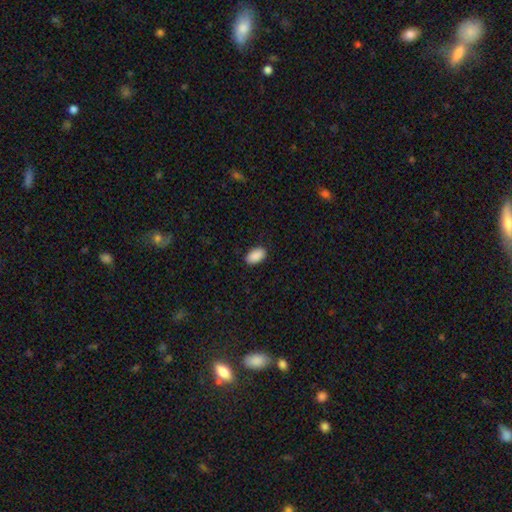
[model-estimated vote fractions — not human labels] smooth 91%, star or artifact 7%, featured or disk 2%. Down the decision tree: how rounded — in between (94%); merging — none (89%).